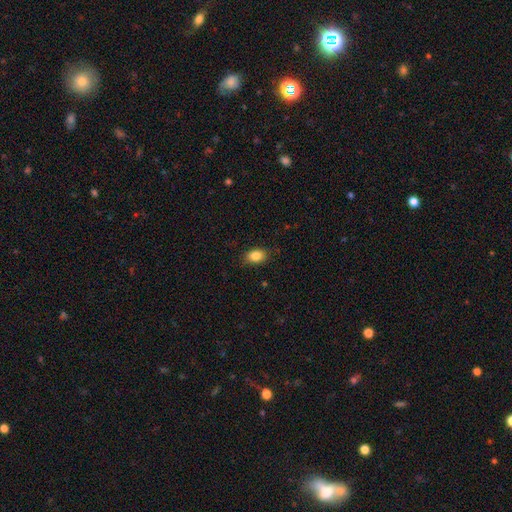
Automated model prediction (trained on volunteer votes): A smooth galaxy with no disk features (85%) that is in between round and cigar-shaped (81%).

Vote fractions:
- Smooth or featured? smooth: 85% / star or artifact: 9% / featured or disk: 6%
- How rounded? in between: 81% / round: 17% / cigar-shaped: 1%
- Merging? none: 85% / minor disturbance: 12% / major disturbance: 3% / merger: 1%